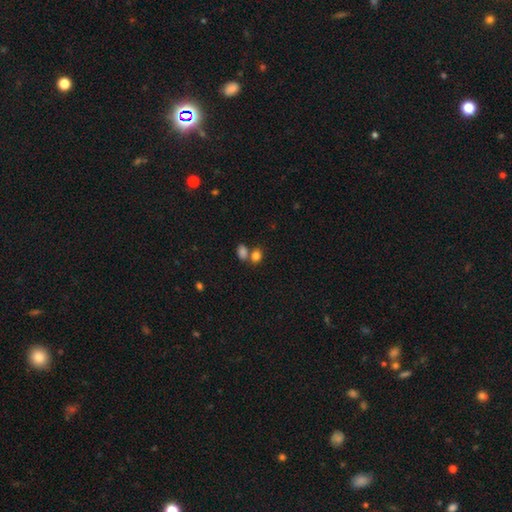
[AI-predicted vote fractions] Smooth or featured: smooth — 82% (star or artifact — 11%)
How rounded: in between — 68% (round — 31%)
Merging: none — 47% (merger — 39%)